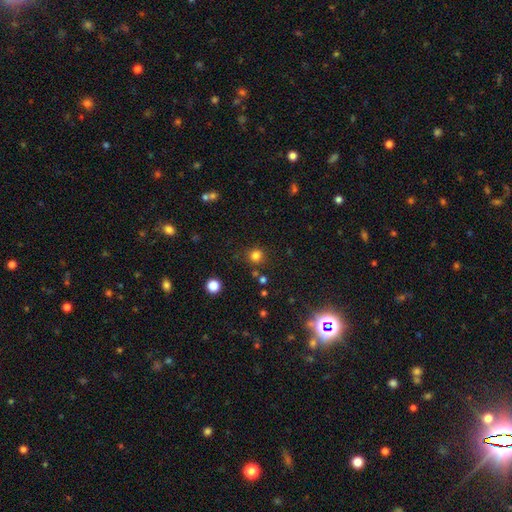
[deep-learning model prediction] smooth-or-featured: smooth: 79% | star or artifact: 16% | featured or disk: 5%
  how-rounded: round: 89% | in between: 10% | cigar-shaped: 1%
  merging: none: 84% | minor disturbance: 9% | merger: 5% | major disturbance: 3%